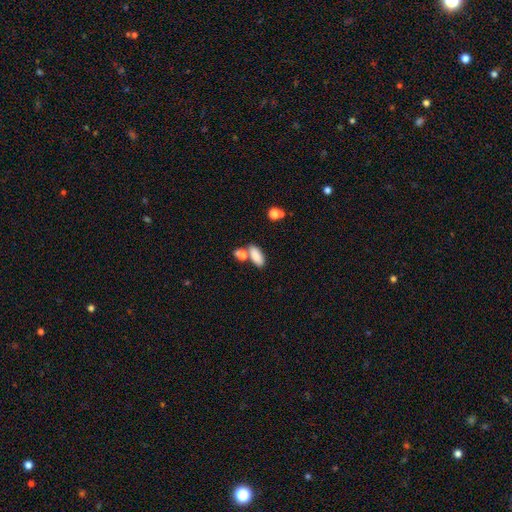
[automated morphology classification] Smooth or featured? smooth (84%)
How rounded? in between (84%)
Merging? none (56%)